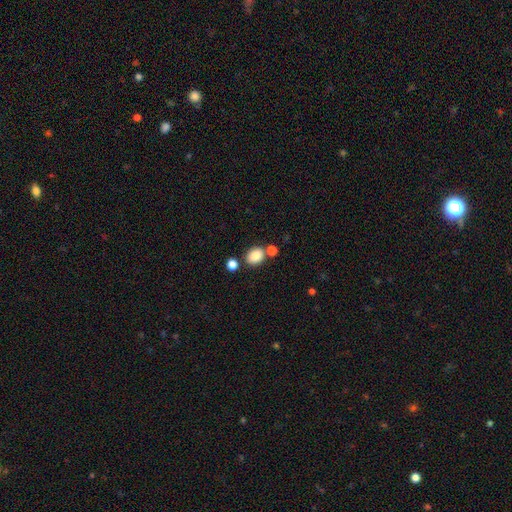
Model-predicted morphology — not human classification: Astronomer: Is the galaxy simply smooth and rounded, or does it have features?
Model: smooth — 85%.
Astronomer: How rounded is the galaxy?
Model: in between — 61% (runner-up: round, 38%).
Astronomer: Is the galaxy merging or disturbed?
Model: none — 69%.